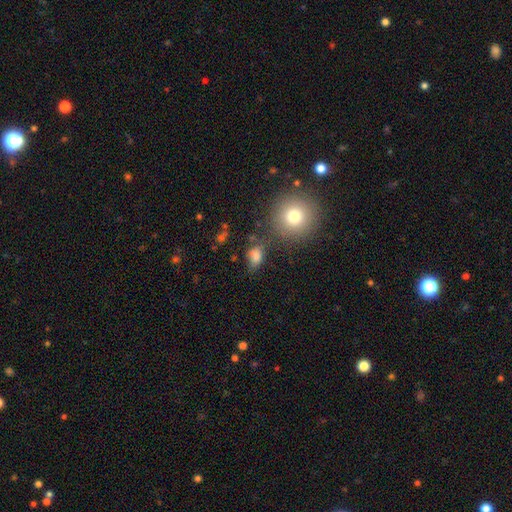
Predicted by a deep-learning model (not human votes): The model was most divided on "merging": none: 53%, minor disturbance: 23%, major disturbance: 12%, merger: 11%. More confident: smooth or featured — smooth (77%); how rounded — in between (74%).